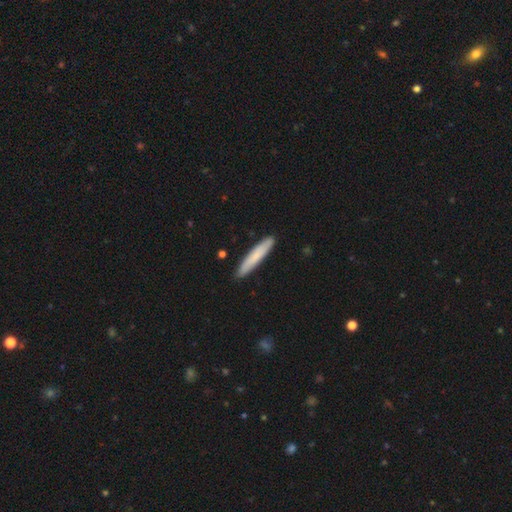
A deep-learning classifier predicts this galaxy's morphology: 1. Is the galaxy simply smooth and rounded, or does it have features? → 75% smooth, 20% featured or disk, 6% star or artifact.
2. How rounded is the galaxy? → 93% cigar-shaped, 6% in between, 1% round.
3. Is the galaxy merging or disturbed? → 90% none, 8% minor disturbance, 1% major disturbance, 1% merger.